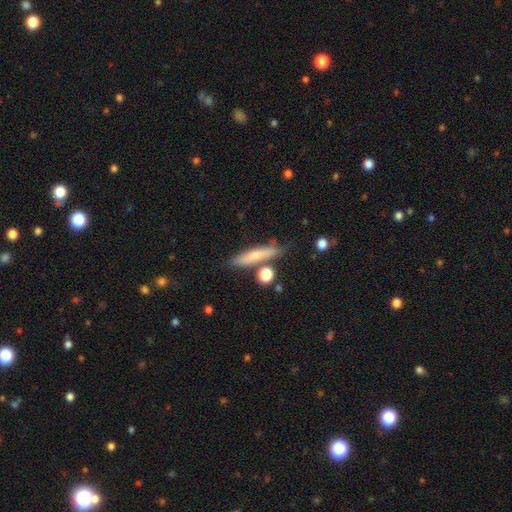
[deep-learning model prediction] This is likely a smooth galaxy (66%). How rounded: clearly cigar-shaped (84%). Merging: likely none (73%).